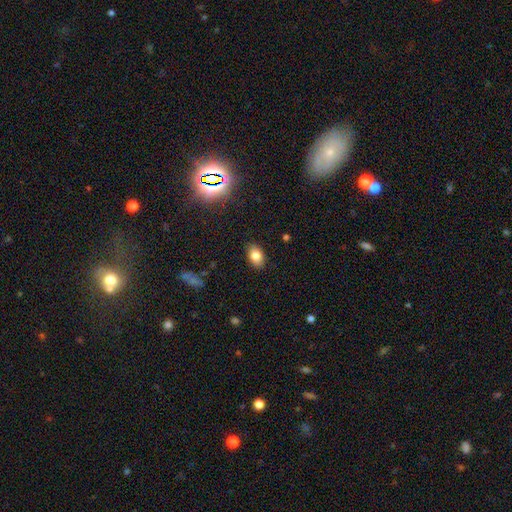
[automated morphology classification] Smooth or featured?
  - smooth: 79% *
  - star or artifact: 11%
  - featured or disk: 10%
How rounded?
  - in between: 86% *
  - round: 12%
  - cigar-shaped: 2%
Merging?
  - none: 87% *
  - minor disturbance: 9%
  - major disturbance: 2%
  - merger: 1%